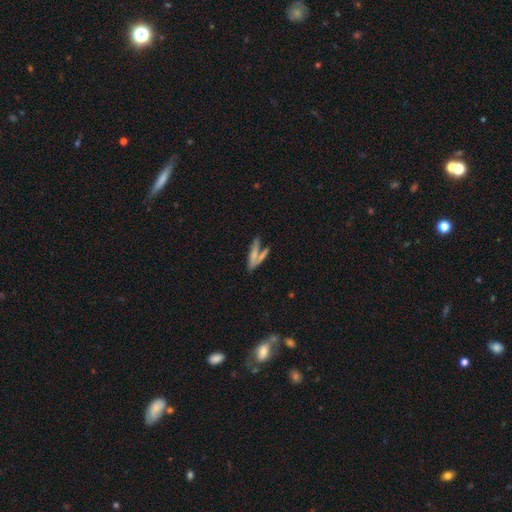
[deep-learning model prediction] This is likely a smooth galaxy (61%). How rounded: likely cigar-shaped (69%). Merging: marginally merger (41%).